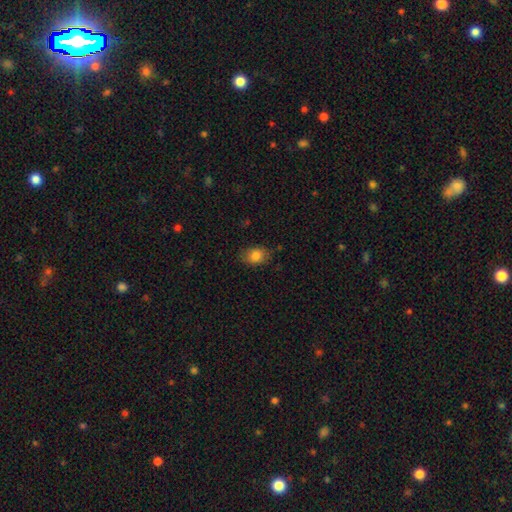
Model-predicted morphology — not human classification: Q: Smooth or featured?
A: smooth (83%); runner-up: star or artifact (9%)
Q: How rounded?
A: in between (65%); runner-up: round (34%)
Q: Merging?
A: none (79%); runner-up: minor disturbance (16%)